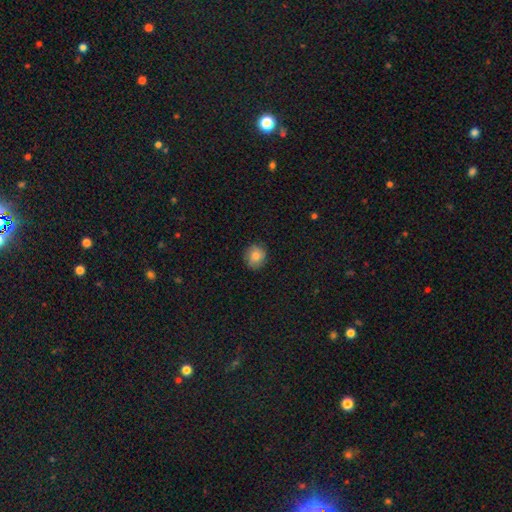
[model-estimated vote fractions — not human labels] smooth_or_featured: smooth (p=0.80) [alt: featured or disk p=0.11]
how_rounded: round (p=0.81) [alt: in between p=0.18]
merging: none (p=0.85) [alt: minor disturbance p=0.12]